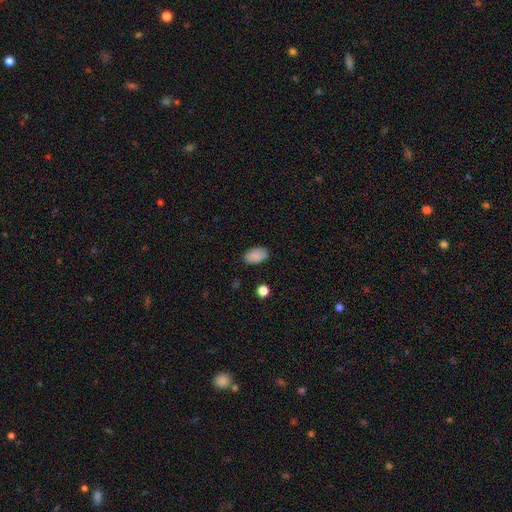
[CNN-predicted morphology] smooth-or-featured: smooth: 88% | star or artifact: 7% | featured or disk: 5%
  how-rounded: in between: 92% | round: 7% | cigar-shaped: 1%
  merging: none: 86% | minor disturbance: 10% | major disturbance: 2% | merger: 1%